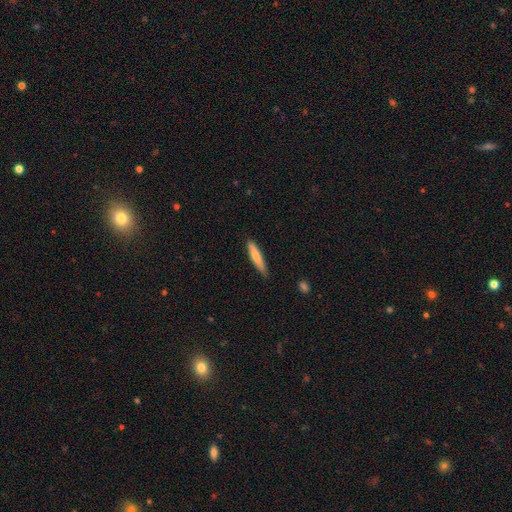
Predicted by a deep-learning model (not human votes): The model was most divided on "smooth or featured": smooth: 68%, featured or disk: 27%, star or artifact: 6%. More confident: how rounded — cigar-shaped (88%); merging — none (80%).